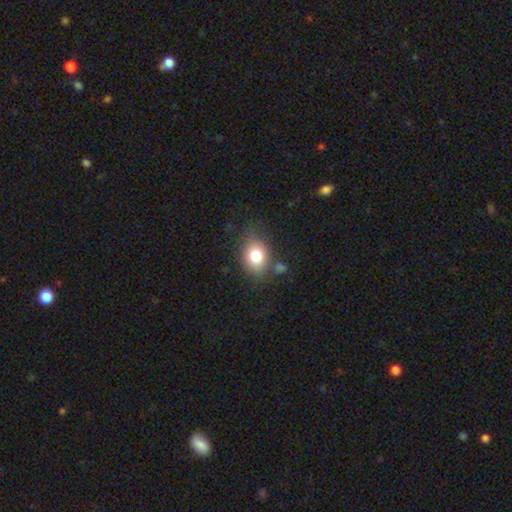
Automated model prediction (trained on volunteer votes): smooth-or-featured: smooth: 77% | featured or disk: 13% | star or artifact: 10%
  how-rounded: in between: 57% | round: 42% | cigar-shaped: 1%
  merging: none: 68% | minor disturbance: 19% | major disturbance: 7% | merger: 7%